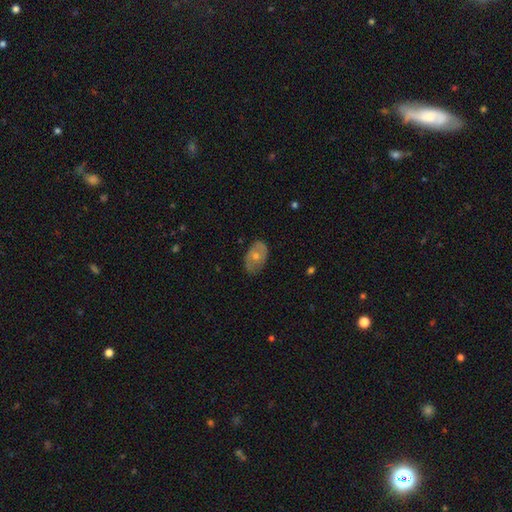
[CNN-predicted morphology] Smooth or featured: featured or disk — 60% (smooth — 30%)
Edge-on disk: no — 93% (yes — 7%)
Bar: no — 74% (weak — 21%)
Spiral arms: yes — 63% (no — 37%)
Bulge size: moderate — 53% (small — 42%)
Merging: none — 80% (minor disturbance — 15%)